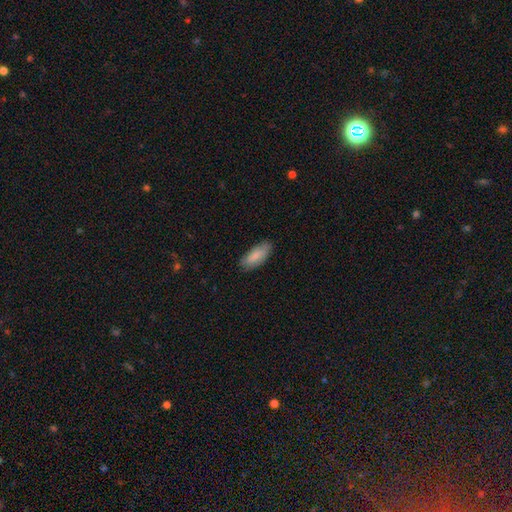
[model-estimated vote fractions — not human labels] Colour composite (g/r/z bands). It shows a smooth galaxy with no disk features (83%) that is in between round and cigar-shaped (82%). Merging: none (80%).